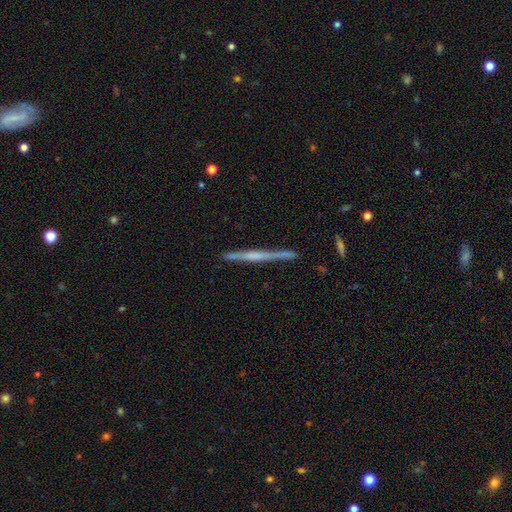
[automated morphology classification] featured or disk 70%, smooth 25%, star or artifact 6%. Down the decision tree: edge-on disk — yes (98%); edge-on bulge — none (42%); merging — none (85%).